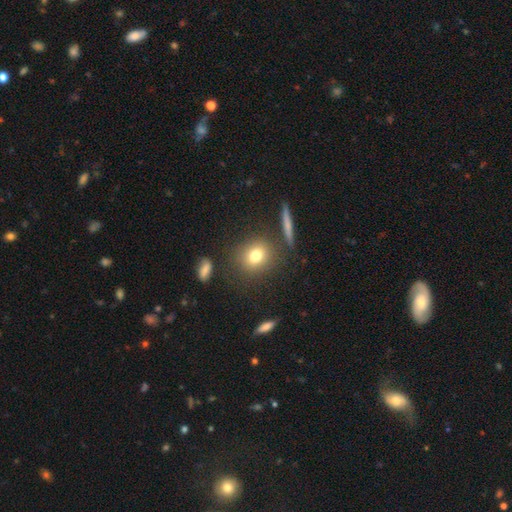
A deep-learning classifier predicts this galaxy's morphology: Smooth or featured? Predicted: smooth (p=0.76). How rounded? Predicted: round (p=0.76). Merging? Predicted: none (p=0.82).